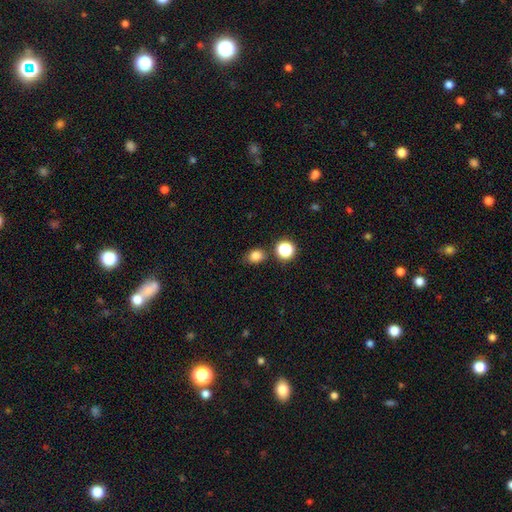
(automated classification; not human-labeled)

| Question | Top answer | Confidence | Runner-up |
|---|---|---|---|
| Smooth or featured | smooth | 81% | star or artifact (14%) |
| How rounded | round | 53% | in between (46%) |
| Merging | none | 75% | minor disturbance (14%) |